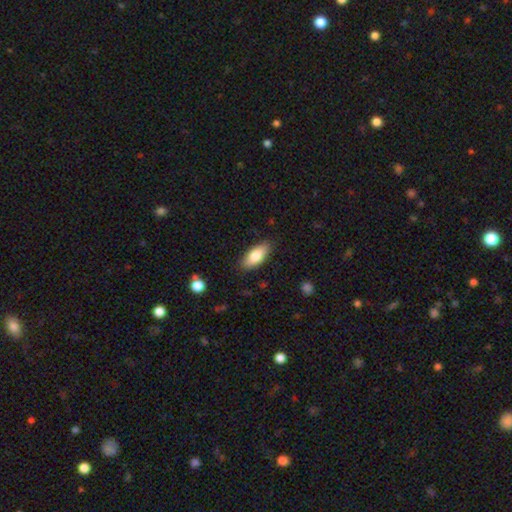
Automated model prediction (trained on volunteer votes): Overall: smooth (80%). How rounded: in between (83%). Merging: none (86%).